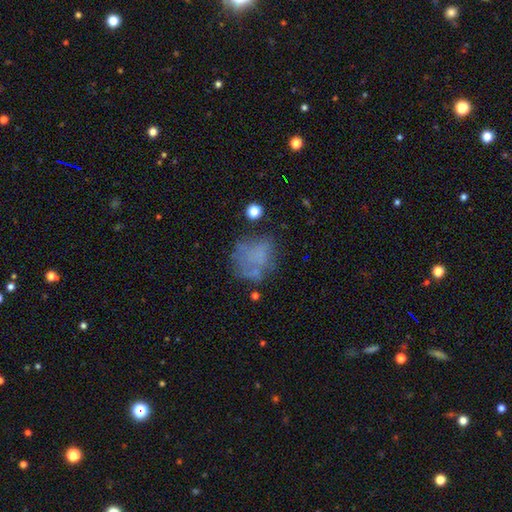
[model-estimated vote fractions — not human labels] Overall: smooth (48%; featured or disk 34%). Merging: none (49%; major disturbance 23%).